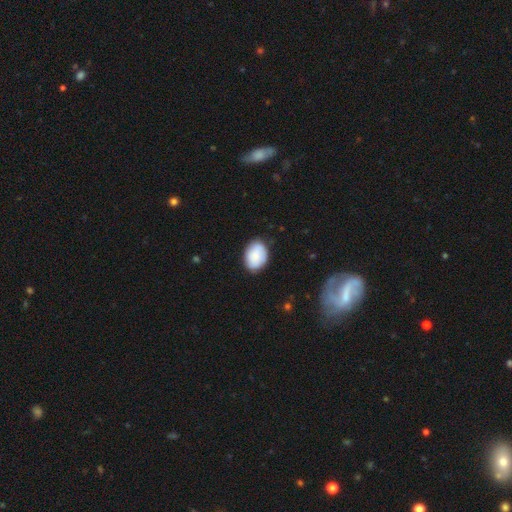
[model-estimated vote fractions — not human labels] smooth-or-featured: smooth: 83% | featured or disk: 10% | star or artifact: 7%
  how-rounded: in between: 78% | round: 21% | cigar-shaped: 1%
  merging: none: 80% | minor disturbance: 16% | major disturbance: 3% | merger: 1%